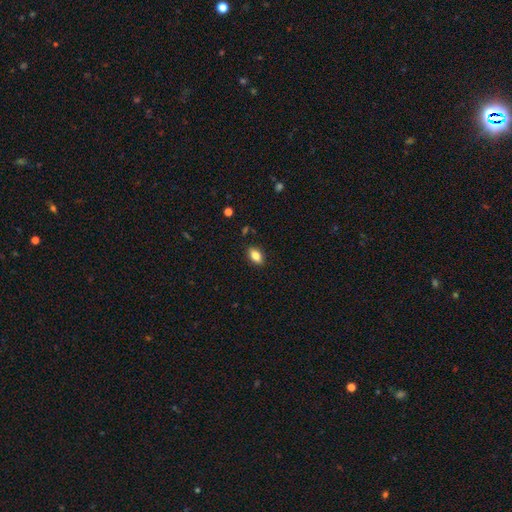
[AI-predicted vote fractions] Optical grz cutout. It shows a smooth galaxy with no disk features (80%) that is in between round and cigar-shaped (88%). Merging: none (88%).